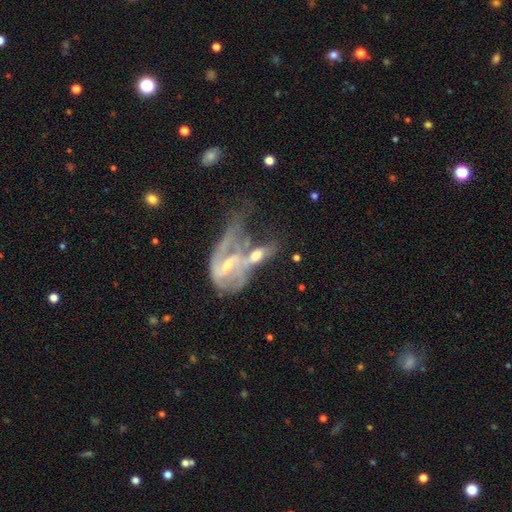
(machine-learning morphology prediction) smooth_or_featured: featured or disk (p=0.69) [alt: smooth p=0.24]
disk_edge_on: no (p=0.92) [alt: yes p=0.08]
bar: weak (p=0.44) [alt: no p=0.35]
has_spiral_arms: yes (p=0.75) [alt: no p=0.25]
bulge_size: moderate (p=0.51) [alt: small p=0.37]
merging: merger (p=0.60) [alt: none p=0.16]